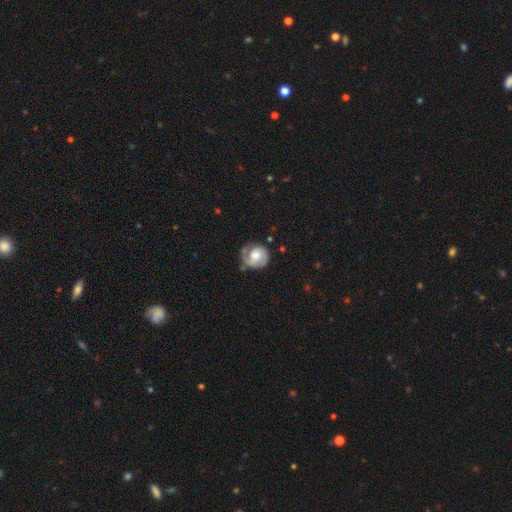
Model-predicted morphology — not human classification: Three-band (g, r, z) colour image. It shows a featured or disk galaxy (60%) with no bar (61%), 2 (51%) tight (54%) spiral arms (86%) and a moderate central bulge (51%). Merging: none (60%).